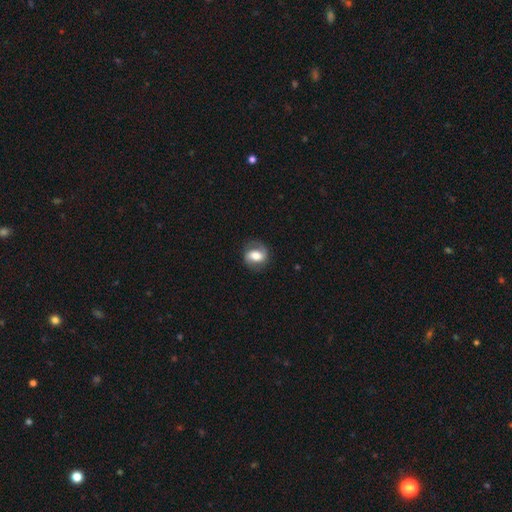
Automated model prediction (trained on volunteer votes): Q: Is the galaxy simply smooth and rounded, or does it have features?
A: featured or disk — 58%.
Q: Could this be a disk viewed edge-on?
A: no — 96%.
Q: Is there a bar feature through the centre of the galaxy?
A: weak — 39%.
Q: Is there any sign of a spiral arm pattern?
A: yes — 83%.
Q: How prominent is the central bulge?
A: moderate — 50%.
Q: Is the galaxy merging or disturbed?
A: none — 77%.